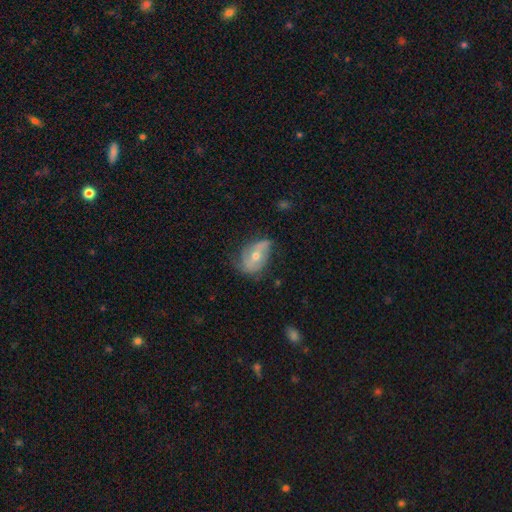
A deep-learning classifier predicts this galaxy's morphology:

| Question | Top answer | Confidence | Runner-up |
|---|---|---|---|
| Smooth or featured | featured or disk | 63% | smooth (29%) |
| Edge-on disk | no | 94% | yes (6%) |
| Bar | no | 57% | weak (28%) |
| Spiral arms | yes | 76% | no (24%) |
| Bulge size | moderate | 62% | small (34%) |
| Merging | none | 52% | minor disturbance (32%) |